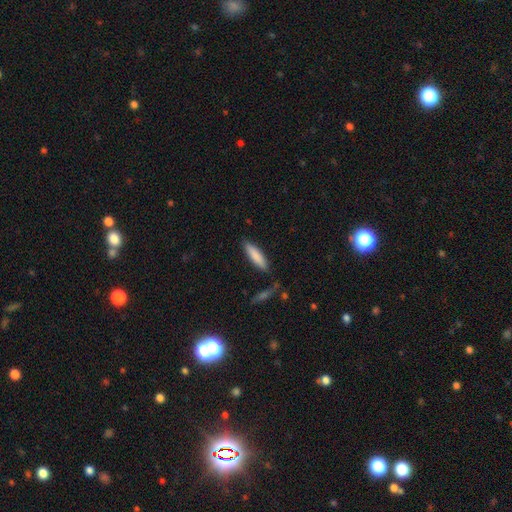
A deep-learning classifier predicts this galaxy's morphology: Smooth or featured? smooth (84%)
How rounded? cigar-shaped (69%)
Merging? none (83%)